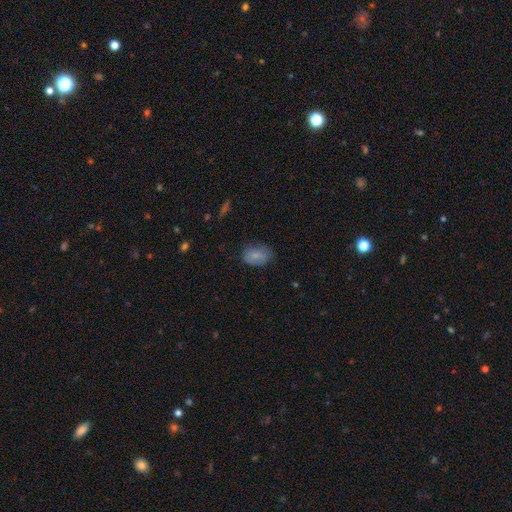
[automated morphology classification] type=smooth (78%); roundness=in between (81%); merging=none (67%).